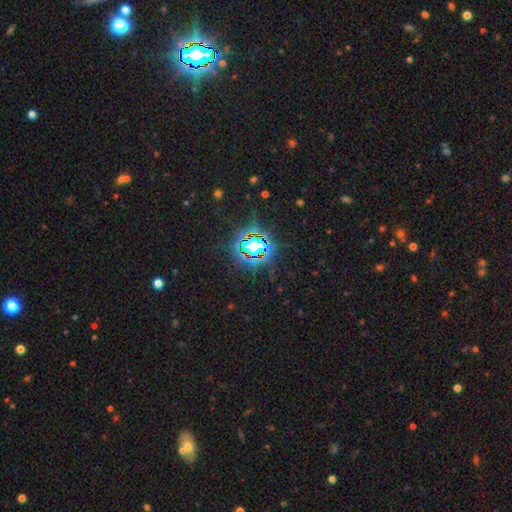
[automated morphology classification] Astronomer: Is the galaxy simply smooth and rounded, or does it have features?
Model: star or artifact — 82%.